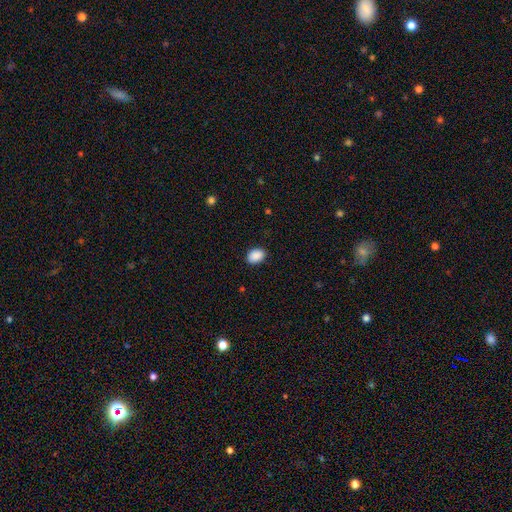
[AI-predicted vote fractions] Q: Smooth or featured?
A: smooth (90%); runner-up: star or artifact (7%)
Q: How rounded?
A: in between (78%); runner-up: round (21%)
Q: Merging?
A: none (88%); runner-up: minor disturbance (9%)